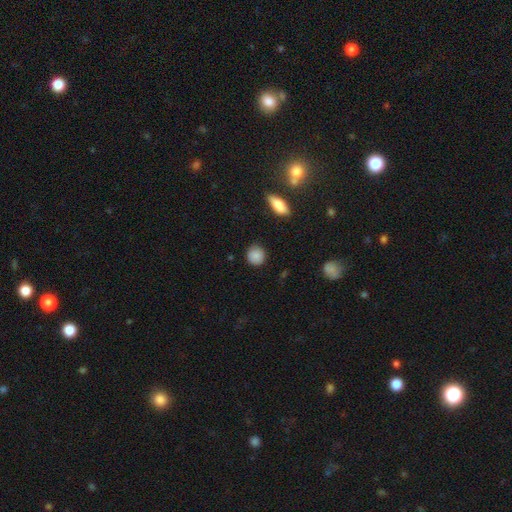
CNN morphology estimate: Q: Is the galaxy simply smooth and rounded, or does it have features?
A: smooth — 87%.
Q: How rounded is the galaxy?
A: round — 88%.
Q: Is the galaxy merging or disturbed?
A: none — 88%.